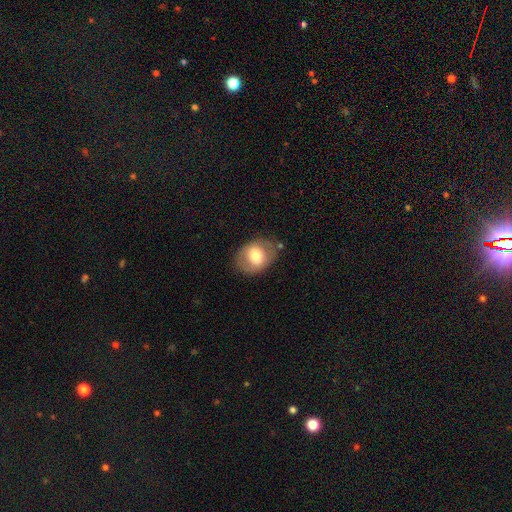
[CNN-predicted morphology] This appears to be a smooth galaxy with no disk features (67%) that is in between round and cigar-shaped (66%). Merging: none (73%).